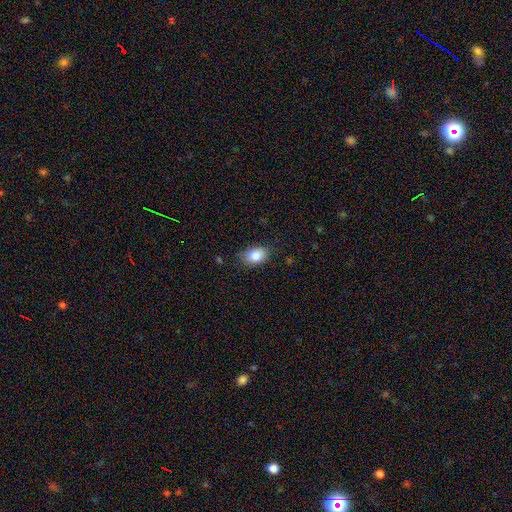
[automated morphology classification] Overall: smooth (84%). How rounded: in between (82%). Merging: none (77%).